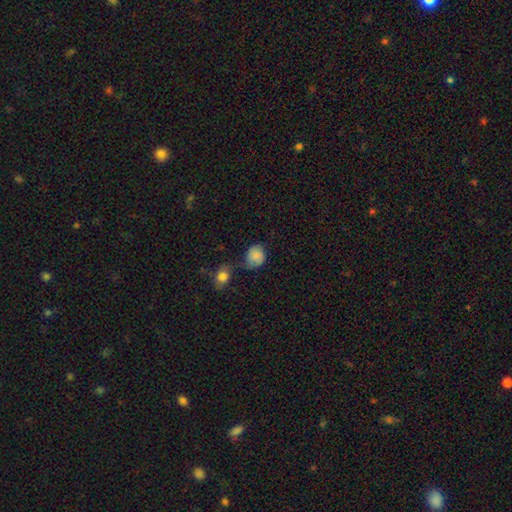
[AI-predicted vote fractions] The model was most divided on "merging": none: 47%, minor disturbance: 27%, merger: 17%, major disturbance: 10%. More confident: smooth or featured — smooth (81%); how rounded — round (65%).